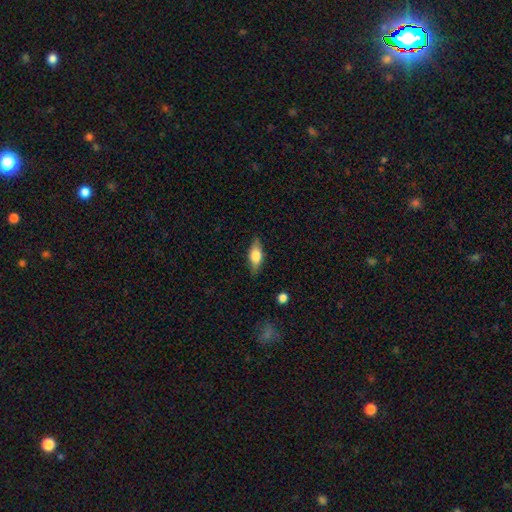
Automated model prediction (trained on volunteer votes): smooth 62%, featured or disk 32%, star or artifact 7%. Down the decision tree: how rounded — in between (72%); merging — none (83%).